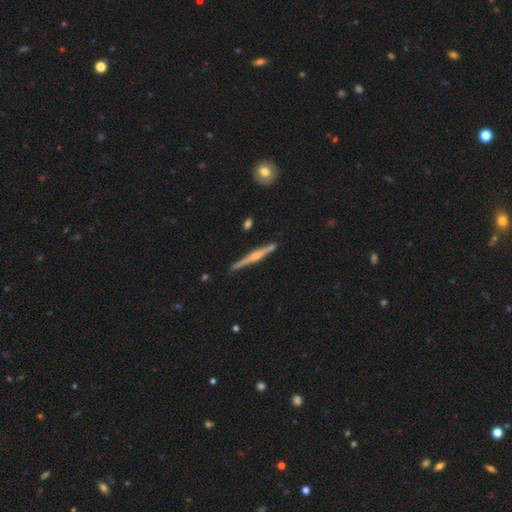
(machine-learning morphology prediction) This is clearly a featured or disk galaxy (80%). It is clearly viewed edge-on (99%). Edge-on bulge: clearly rounded (87%). Merging: clearly none (91%).